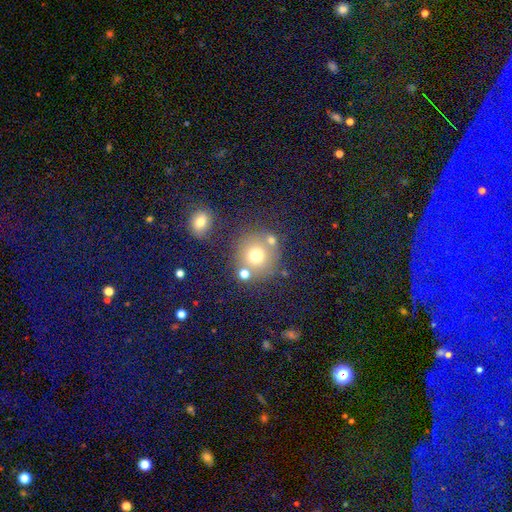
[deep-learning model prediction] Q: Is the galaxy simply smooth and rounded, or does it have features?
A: smooth — 70%.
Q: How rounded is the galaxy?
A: round — 91%.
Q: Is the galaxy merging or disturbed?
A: none — 70%.